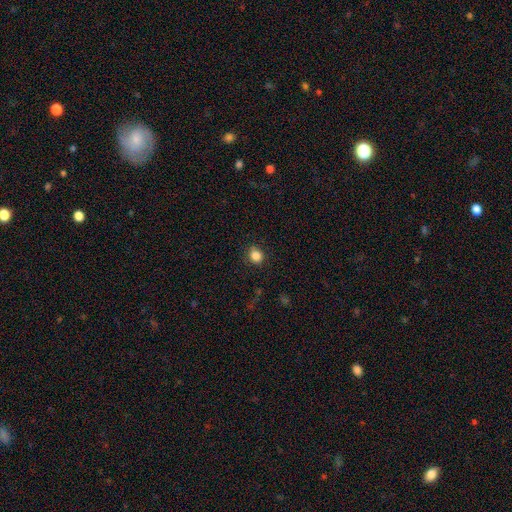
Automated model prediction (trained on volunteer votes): smooth 84%, star or artifact 11%, featured or disk 4%. Down the decision tree: how rounded — round (78%); merging — none (85%).